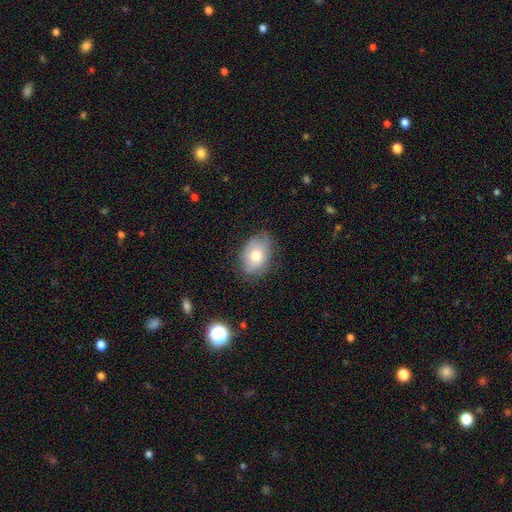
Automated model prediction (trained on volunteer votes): Overall: smooth (71%). How rounded: in between (80%). Merging: none (71%).